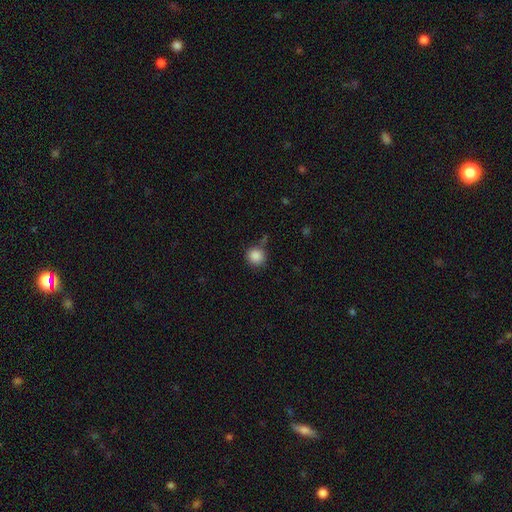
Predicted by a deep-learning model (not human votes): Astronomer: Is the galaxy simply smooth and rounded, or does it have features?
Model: smooth — 87%.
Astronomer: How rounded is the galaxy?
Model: round — 91%.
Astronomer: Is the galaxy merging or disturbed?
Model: none — 73%.